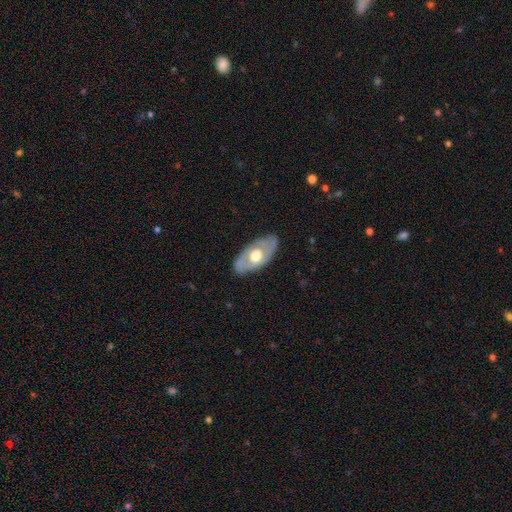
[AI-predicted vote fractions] Smooth or featured: featured or disk — 59% (smooth — 37%)
Edge-on disk: no — 82% (yes — 18%)
Merging: none — 80% (minor disturbance — 15%)